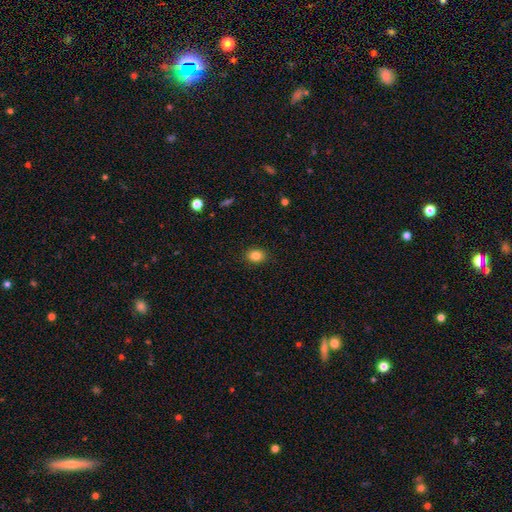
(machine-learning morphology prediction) A smooth galaxy with no disk features (84%) that is in between round and cigar-shaped (57%). Merging: none (89%).